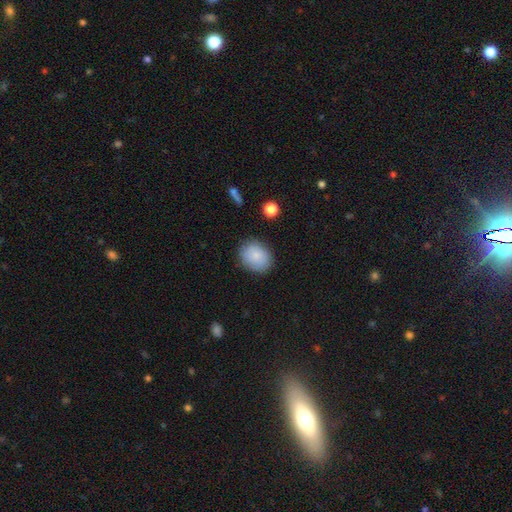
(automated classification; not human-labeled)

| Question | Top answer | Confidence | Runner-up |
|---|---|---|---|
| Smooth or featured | smooth | 84% | featured or disk (9%) |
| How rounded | round | 52% | in between (47%) |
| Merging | none | 84% | minor disturbance (12%) |